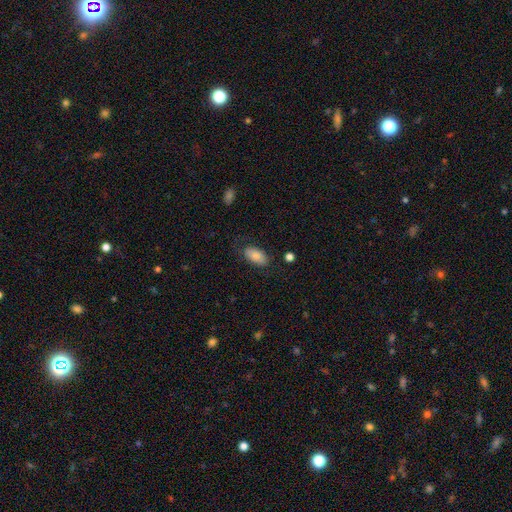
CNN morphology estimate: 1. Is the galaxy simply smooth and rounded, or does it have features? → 81% smooth, 12% featured or disk, 7% star or artifact.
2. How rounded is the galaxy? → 94% in between, 3% round, 3% cigar-shaped.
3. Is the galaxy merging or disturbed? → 75% none, 18% minor disturbance, 6% major disturbance, 2% merger.